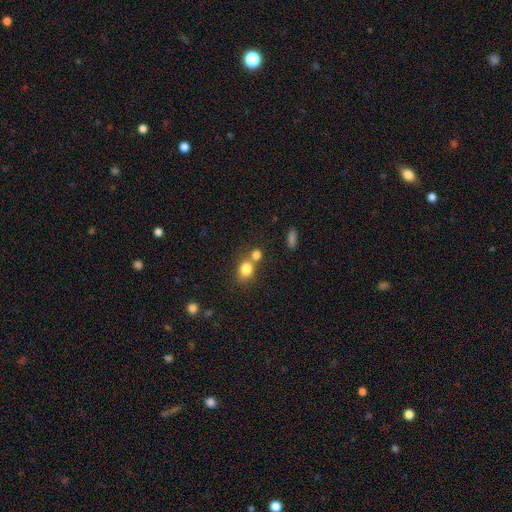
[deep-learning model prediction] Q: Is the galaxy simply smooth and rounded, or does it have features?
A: smooth — 78%.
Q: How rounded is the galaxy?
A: round — 56%.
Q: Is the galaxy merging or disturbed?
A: none — 49%.